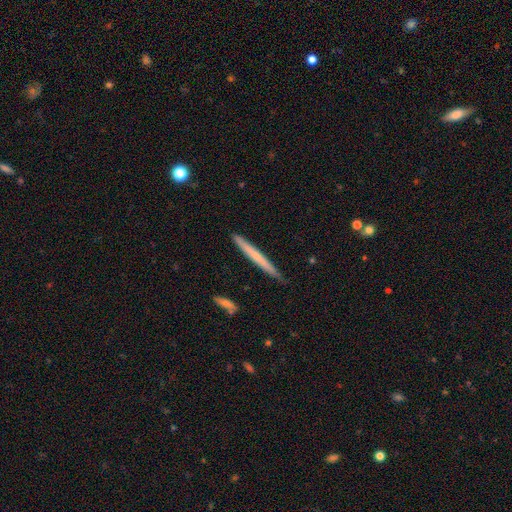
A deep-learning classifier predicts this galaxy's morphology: Overall: smooth (54%; featured or disk 40%). How rounded: cigar-shaped (97%). Merging: none (87%).